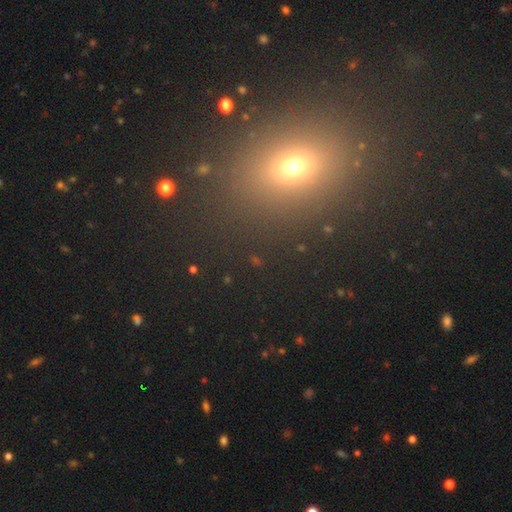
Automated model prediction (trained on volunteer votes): Overall: smooth (51%; star or artifact 39%). How rounded: in between (55%; round 41%). Merging: none (88%).